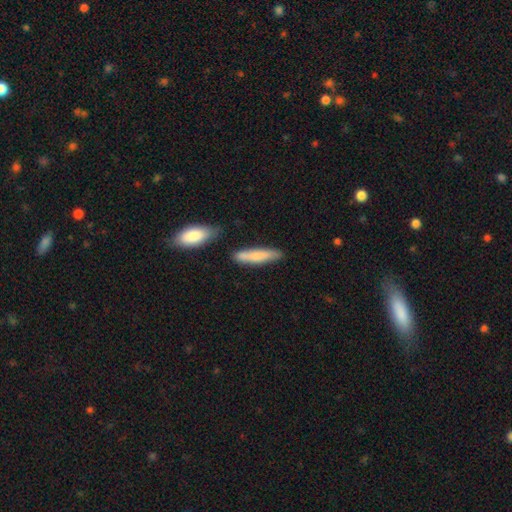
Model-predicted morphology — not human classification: Smooth or featured? smooth (77%)
How rounded? cigar-shaped (82%)
Merging? none (75%)